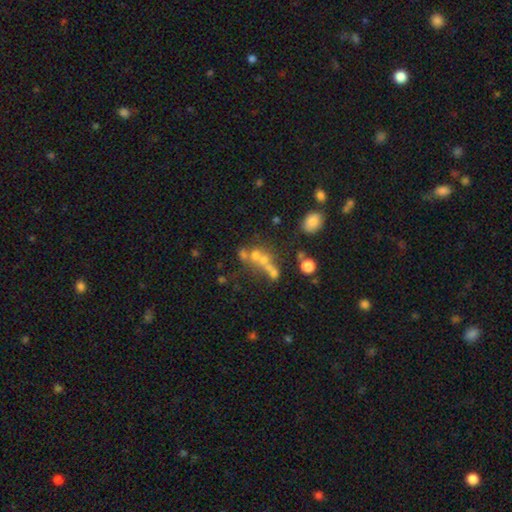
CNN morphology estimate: This is marginally a star or artifact rather than a galaxy (38%).